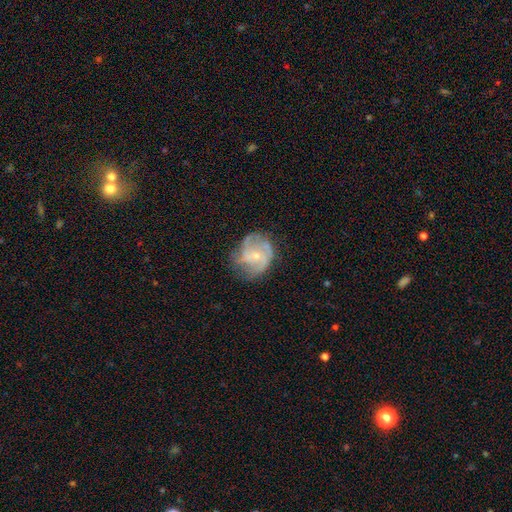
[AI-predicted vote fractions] Smooth or featured?
  - featured or disk: 76% *
  - smooth: 18%
  - star or artifact: 7%
Edge-on disk?
  - no: 98% *
  - yes: 2%
Bar?
  - no: 71% *
  - weak: 25%
  - strong: 4%
Spiral arms?
  - yes: 89% *
  - no: 11%
Spiral winding?
  - medium: 47% *
  - tight: 35%
  - loose: 18%
Spiral arm count?
  - 3: 33% *
  - 2: 27%
  - can't tell: 24%
  - 4: 7%
  - 1: 5%
  - more than 4: 4%
Bulge size?
  - small: 69% *
  - moderate: 26%
  - none: 3%
  - large: 1%
  - dominant: 1%
Merging?
  - none: 61% *
  - minor disturbance: 25%
  - major disturbance: 13%
  - merger: 2%